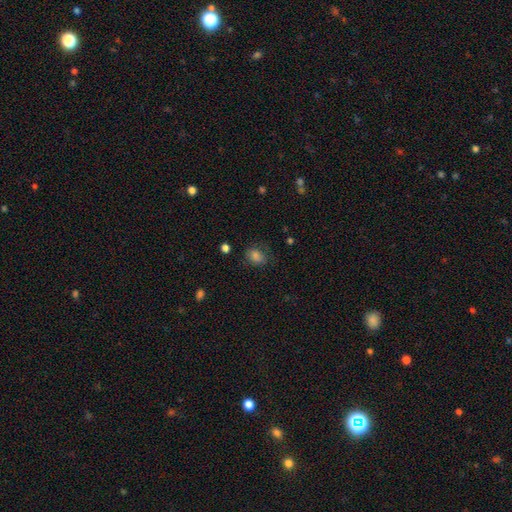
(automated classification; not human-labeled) Smooth or featured? Predicted: smooth (p=0.77). How rounded? Predicted: in between (p=0.58). Merging? Predicted: none (p=0.66).